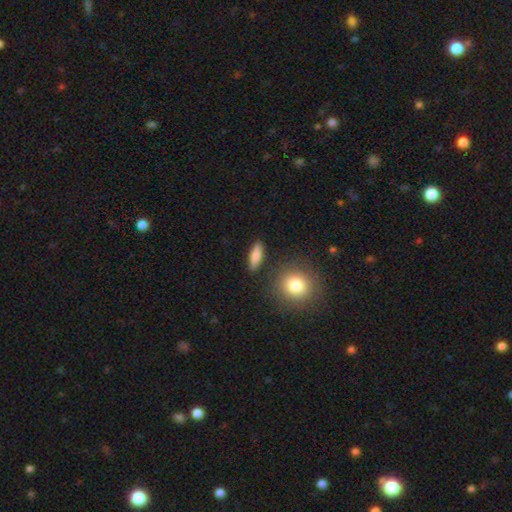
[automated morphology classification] smooth 82%, featured or disk 11%, star or artifact 7%. Down the decision tree: how rounded — in between (47%, tied with cigar-shaped); merging — none (86%).